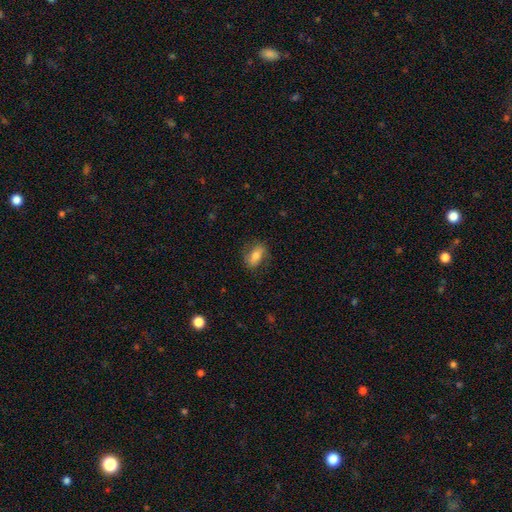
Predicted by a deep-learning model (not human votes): This is likely a smooth galaxy (65%). How rounded: clearly in between (81%). Merging: likely none (76%).